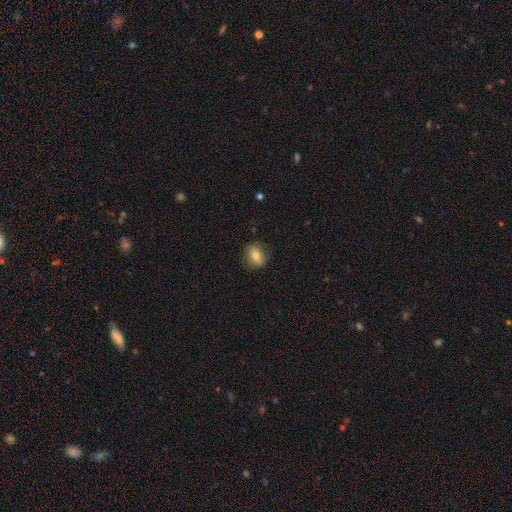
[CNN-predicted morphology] smooth_or_featured: smooth (p=0.70) [alt: featured or disk p=0.20]
how_rounded: round (p=0.53) [alt: in between p=0.45]
merging: none (p=0.83) [alt: minor disturbance p=0.13]